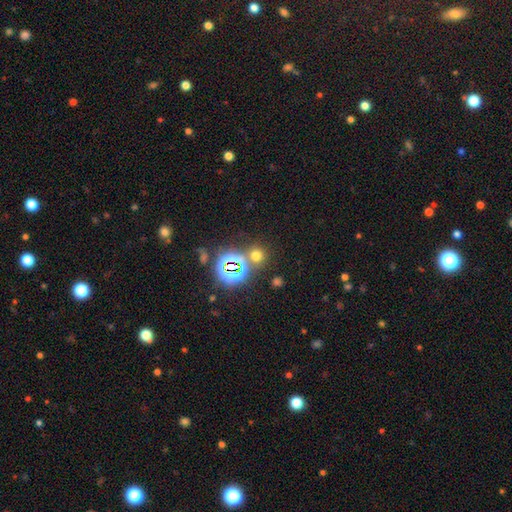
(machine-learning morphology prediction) The model was most divided on "smooth or featured": smooth: 57%, star or artifact: 37%, featured or disk: 6%. More confident: how rounded — round (88%); merging — none (74%).